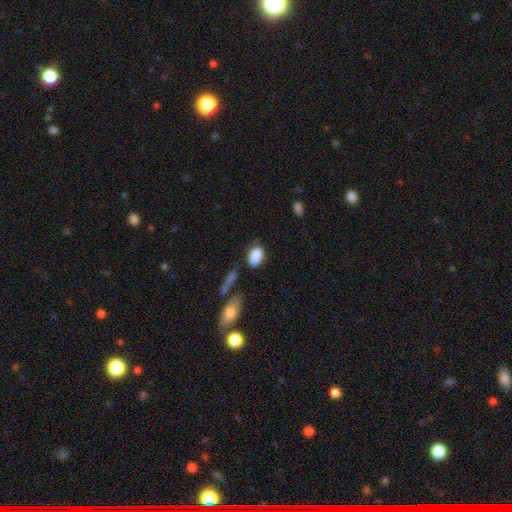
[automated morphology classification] This is clearly a smooth galaxy (87%). How rounded: clearly in between (88%). Merging: likely none (66%).